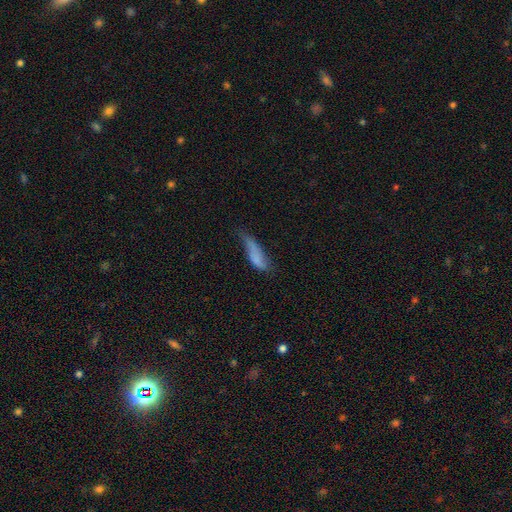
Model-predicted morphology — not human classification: Overall: smooth (67%). How rounded: in between (51%; cigar-shaped 47%). Merging: minor disturbance (36%; major disturbance 32%).